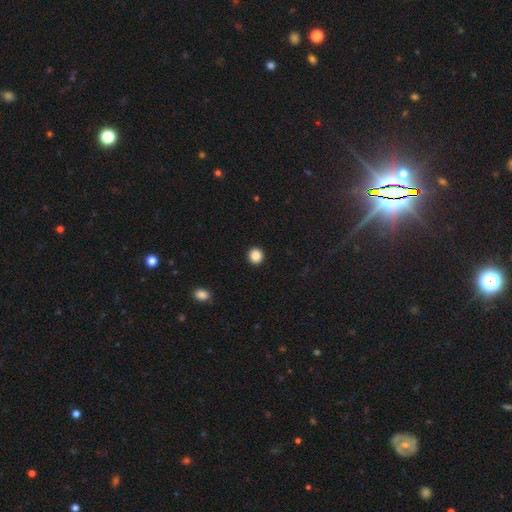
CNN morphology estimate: smooth-or-featured: smooth: 87% | star or artifact: 10% | featured or disk: 3%
  how-rounded: round: 93% | in between: 6% | cigar-shaped: 1%
  merging: none: 93% | minor disturbance: 4% | major disturbance: 2% | merger: 1%